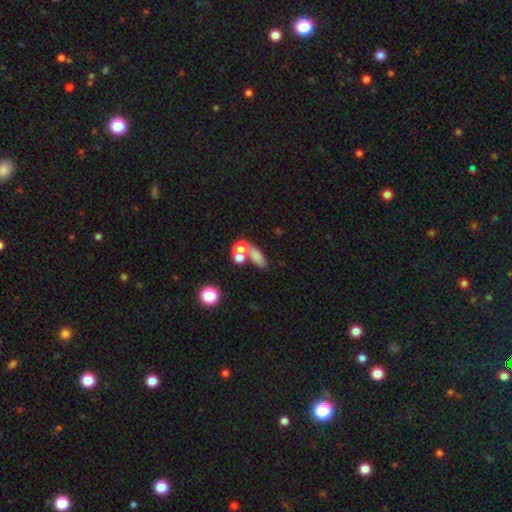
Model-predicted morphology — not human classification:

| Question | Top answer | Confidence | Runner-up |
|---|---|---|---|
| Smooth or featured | smooth | 67% | featured or disk (19%) |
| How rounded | in between | 61% | round (25%) |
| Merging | merger | 46% | none (37%) |